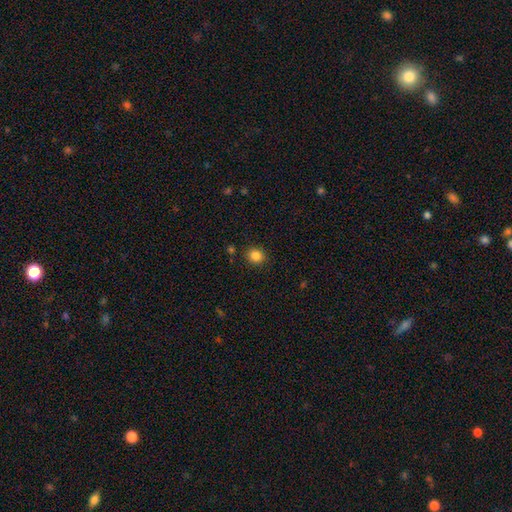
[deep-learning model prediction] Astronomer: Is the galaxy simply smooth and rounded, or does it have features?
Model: smooth — 85%.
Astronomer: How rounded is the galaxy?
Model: round — 77%.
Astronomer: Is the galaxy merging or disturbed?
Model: none — 88%.